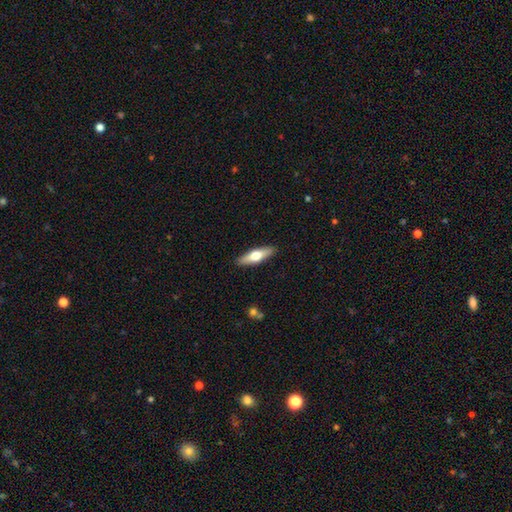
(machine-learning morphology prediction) Q: Smooth or featured?
A: smooth (51%); runner-up: featured or disk (44%)
Q: How rounded?
A: cigar-shaped (62%); runner-up: in between (36%)
Q: Merging?
A: none (90%); runner-up: minor disturbance (7%)